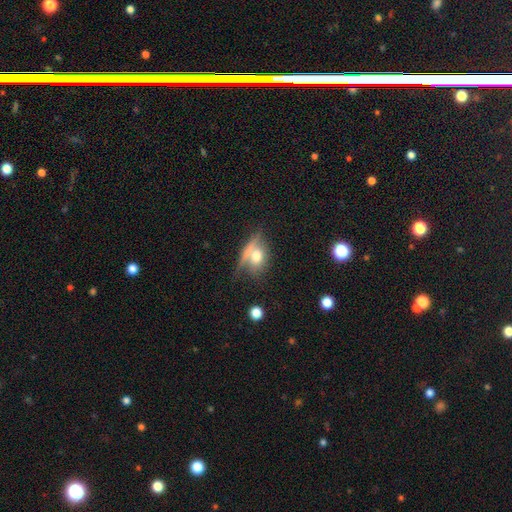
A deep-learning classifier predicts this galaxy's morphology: A smooth galaxy with no disk features (62%) that is in between round and cigar-shaped (49%).

Vote fractions:
- Smooth or featured? smooth: 62% / featured or disk: 26% / star or artifact: 11%
- How rounded? in between: 49% / round: 41% / cigar-shaped: 10%
- Merging? none: 49% / merger: 20% / minor disturbance: 18% / major disturbance: 13%